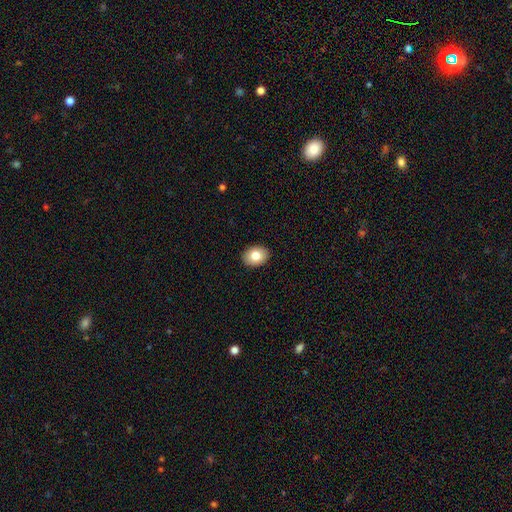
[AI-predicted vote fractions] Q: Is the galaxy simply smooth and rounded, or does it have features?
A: smooth — 80%.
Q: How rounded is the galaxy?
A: in between — 65%.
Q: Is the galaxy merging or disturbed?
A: none — 91%.